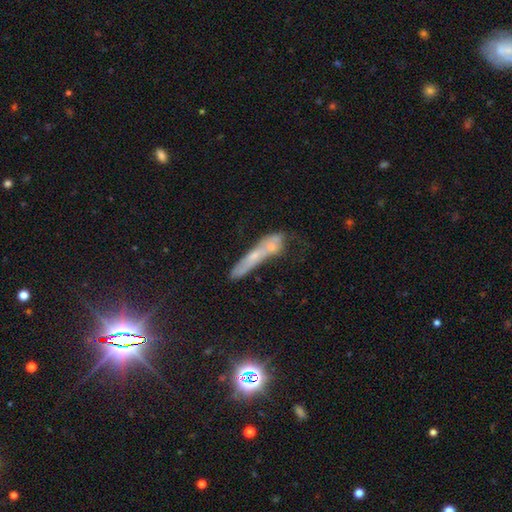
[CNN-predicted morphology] smooth-or-featured: featured or disk: 42% | smooth: 38% | star or artifact: 20%
  merging: none: 36% | merger: 35% | minor disturbance: 17% | major disturbance: 12%